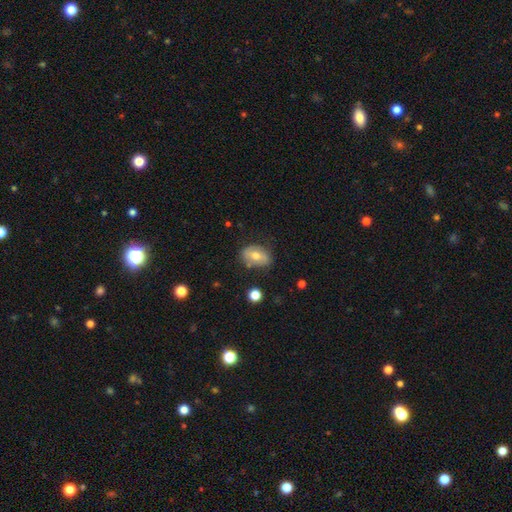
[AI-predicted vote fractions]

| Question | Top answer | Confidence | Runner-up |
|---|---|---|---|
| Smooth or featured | smooth | 58% | featured or disk (34%) |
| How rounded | in between | 82% | round (17%) |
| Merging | none | 69% | minor disturbance (22%) |